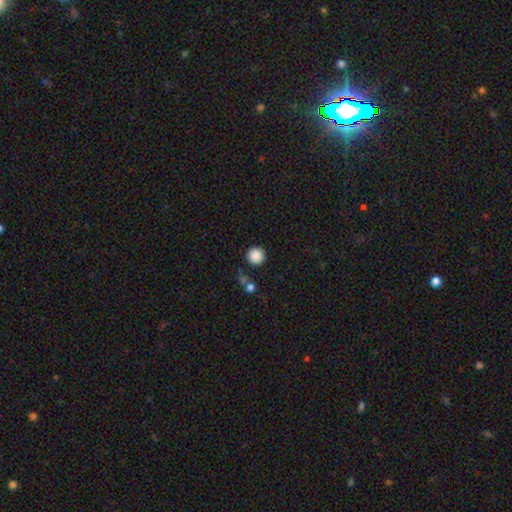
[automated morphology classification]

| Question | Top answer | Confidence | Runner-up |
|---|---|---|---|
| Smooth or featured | smooth | 87% | star or artifact (9%) |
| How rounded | round | 95% | in between (4%) |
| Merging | none | 84% | minor disturbance (8%) |